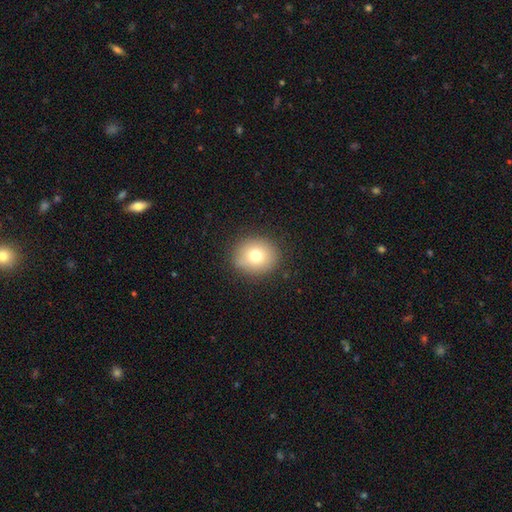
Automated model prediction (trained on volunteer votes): Morphology: type=smooth (75%); roundness=round (78%); merging=none (87%).